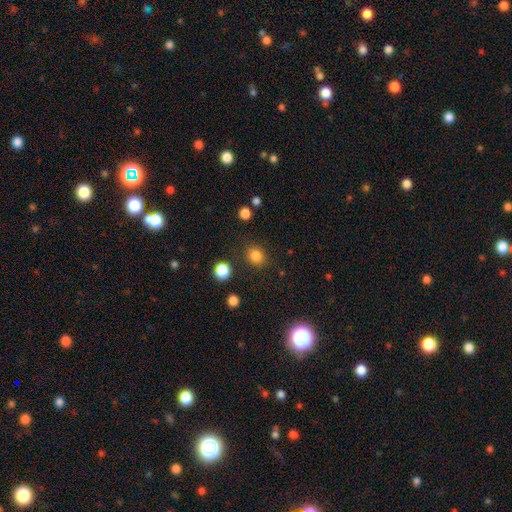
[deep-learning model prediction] smooth-or-featured: smooth: 82% | star or artifact: 13% | featured or disk: 5%
  how-rounded: round: 72% | in between: 27% | cigar-shaped: 1%
  merging: none: 85% | minor disturbance: 9% | major disturbance: 3% | merger: 2%